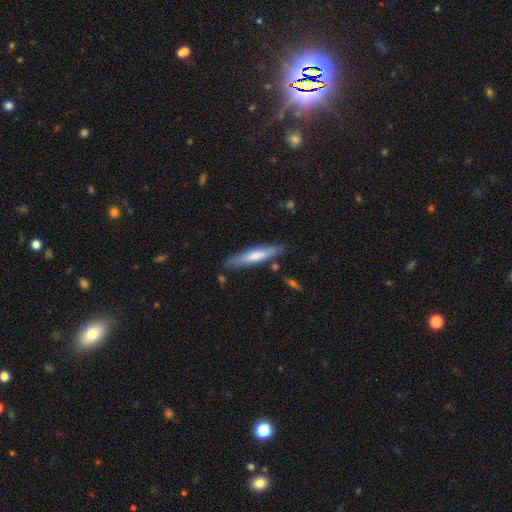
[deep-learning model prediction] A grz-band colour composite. It shows a smooth galaxy with no disk features (54%) that is cigar-shaped (86%). Merging: none (81%).